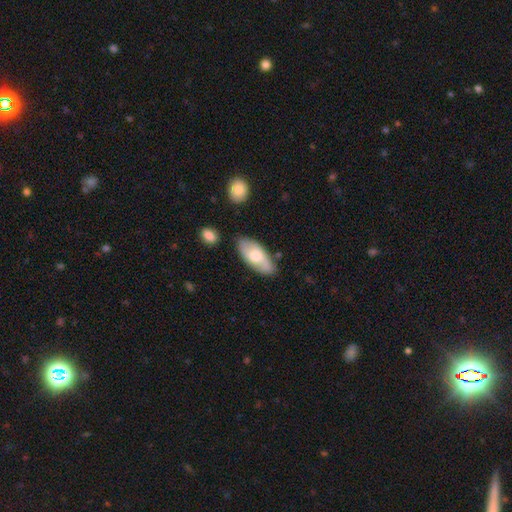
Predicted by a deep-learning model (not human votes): A smooth galaxy with no disk features (62%) that is in between round and cigar-shaped (89%).

Vote fractions:
- Smooth or featured? smooth: 62% / featured or disk: 33% / star or artifact: 6%
- How rounded? in between: 89% / cigar-shaped: 9% / round: 3%
- Merging? none: 75% / minor disturbance: 17% / merger: 5% / major disturbance: 3%